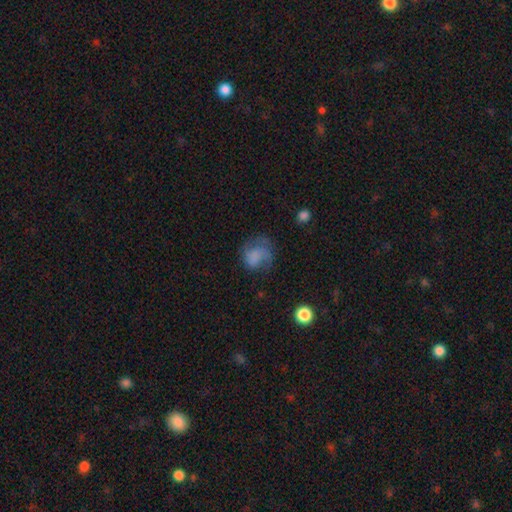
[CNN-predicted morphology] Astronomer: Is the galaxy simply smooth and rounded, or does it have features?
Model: smooth — 50% (runner-up: featured or disk, 39%).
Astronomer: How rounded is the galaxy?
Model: round — 60% (runner-up: in between, 39%).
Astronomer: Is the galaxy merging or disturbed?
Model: none — 41% (runner-up: major disturbance, 33%).